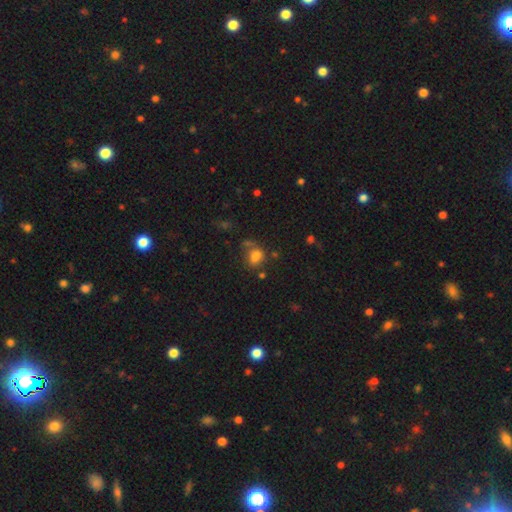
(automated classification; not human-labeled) Overall: smooth (71%). How rounded: round (62%; in between 36%). Merging: none (45%; minor disturbance 21%).